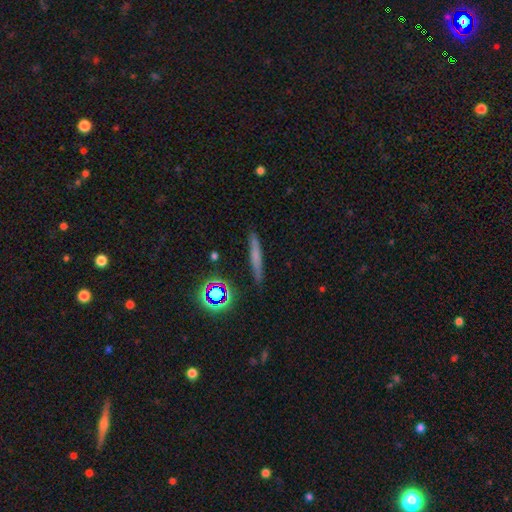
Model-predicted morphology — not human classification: Smooth or featured: smooth — 56% (featured or disk — 29%)
How rounded: cigar-shaped — 90% (round — 5%)
Merging: none — 87% (minor disturbance — 9%)